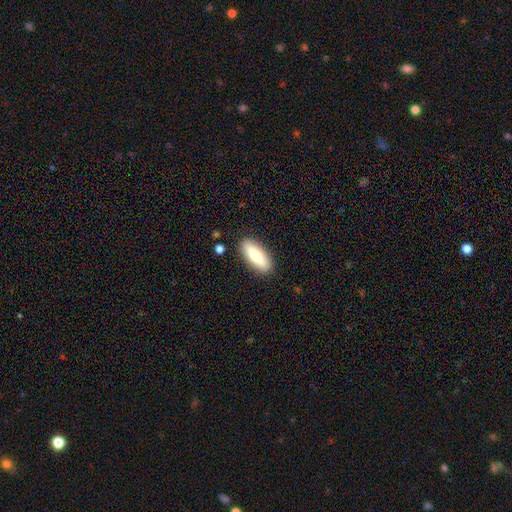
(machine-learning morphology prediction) Smooth or featured: smooth — 70% (featured or disk — 24%)
How rounded: in between — 68% (cigar-shaped — 30%)
Merging: none — 87% (minor disturbance — 9%)